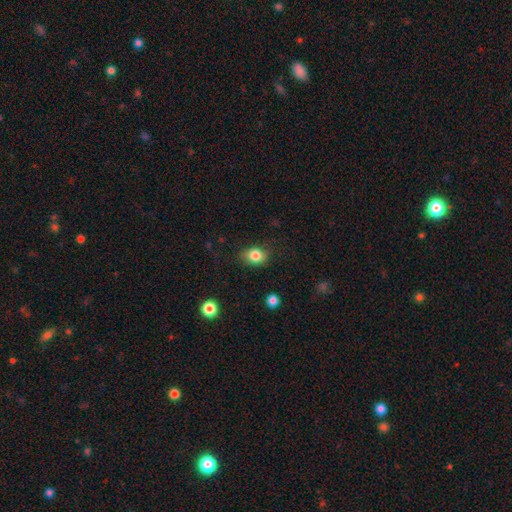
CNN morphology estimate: Smooth or featured: smooth — 83% (star or artifact — 10%)
How rounded: in between — 59% (round — 40%)
Merging: none — 77% (minor disturbance — 17%)